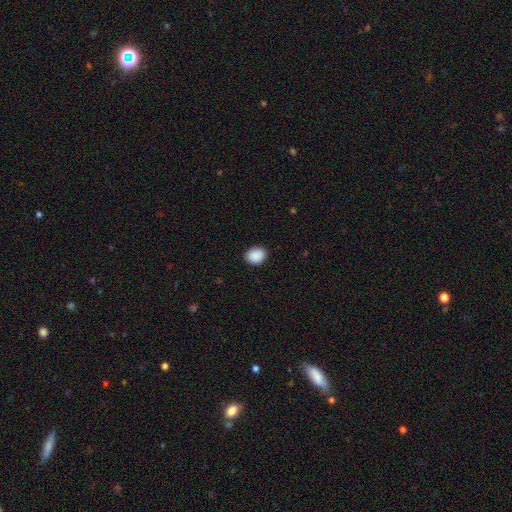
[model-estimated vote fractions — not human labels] Q: Smooth or featured?
A: smooth (90%); runner-up: star or artifact (8%)
Q: How rounded?
A: round (52%); runner-up: in between (47%)
Q: Merging?
A: none (88%); runner-up: minor disturbance (9%)